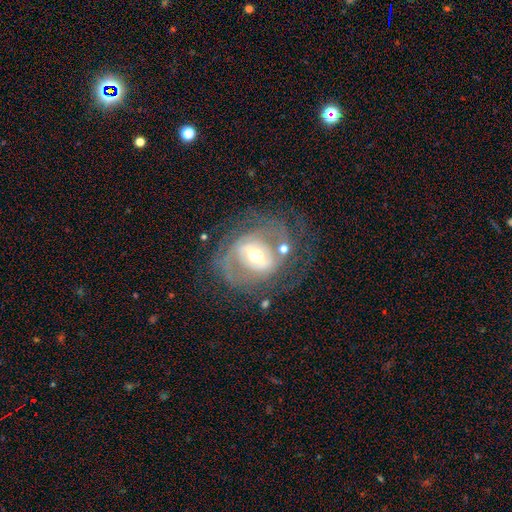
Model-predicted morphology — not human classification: A featured or disk galaxy (81%) with a weak bar (41%), 2 (45%) tight (48%) spiral arms (75%) and a moderate central bulge (68%).

Vote fractions:
- Smooth or featured? featured or disk: 81% / smooth: 13% / star or artifact: 7%
- Edge-on disk? no: 96% / yes: 4%
- Bar? weak: 41% / strong: 39% / no: 19%
- Spiral arms? yes: 75% / no: 25%
- Spiral winding? tight: 48% / medium: 35% / loose: 17%
- Spiral arm count? 2: 45% / can't tell: 33% / 3: 9% / 1: 6% / 4: 4% / more than 4: 3%
- Bulge size? moderate: 68% / small: 18% / large: 12% / dominant: 1% / none: 1%
- Merging? none: 59% / minor disturbance: 18% / major disturbance: 18% / merger: 5%